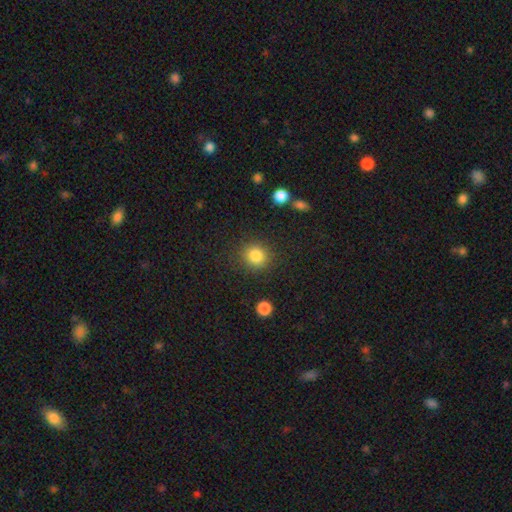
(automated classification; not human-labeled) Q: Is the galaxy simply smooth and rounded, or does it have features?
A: smooth — 84%.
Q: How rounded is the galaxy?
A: round — 87%.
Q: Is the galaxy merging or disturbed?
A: none — 87%.